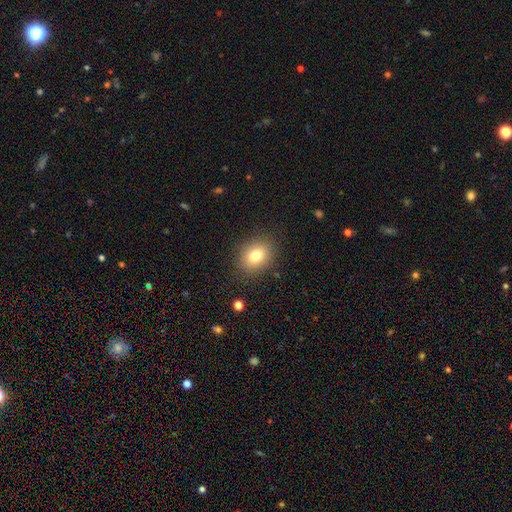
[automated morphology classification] Smooth or featured?
  - smooth: 78% *
  - star or artifact: 11%
  - featured or disk: 11%
How rounded?
  - in between: 52% *
  - round: 47%
  - cigar-shaped: 1%
Merging?
  - none: 86% *
  - minor disturbance: 10%
  - major disturbance: 3%
  - merger: 1%